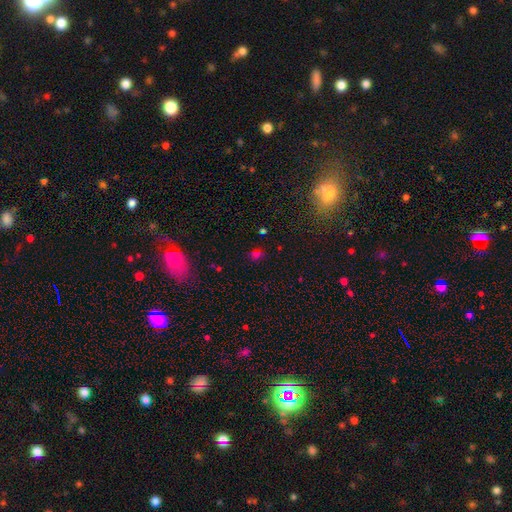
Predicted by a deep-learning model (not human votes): Smooth or featured?
  - smooth: 58% *
  - star or artifact: 35%
  - featured or disk: 7%
How rounded?
  - in between: 56% *
  - round: 41%
  - cigar-shaped: 2%
Merging?
  - none: 78% *
  - minor disturbance: 13%
  - major disturbance: 5%
  - merger: 4%